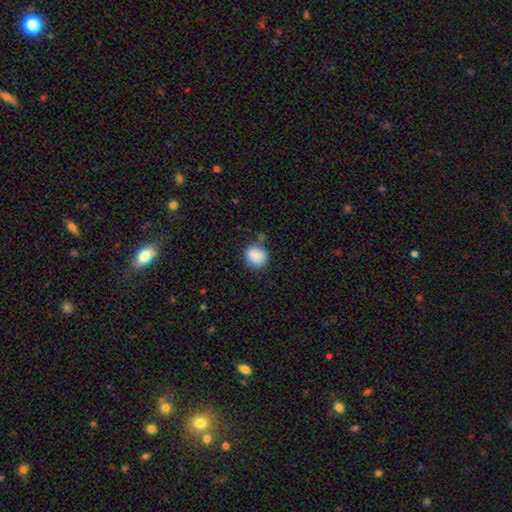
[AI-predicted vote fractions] Smooth or featured? Predicted: smooth (p=0.88). How rounded? Predicted: round (p=0.69). Merging? Predicted: none (p=0.72).